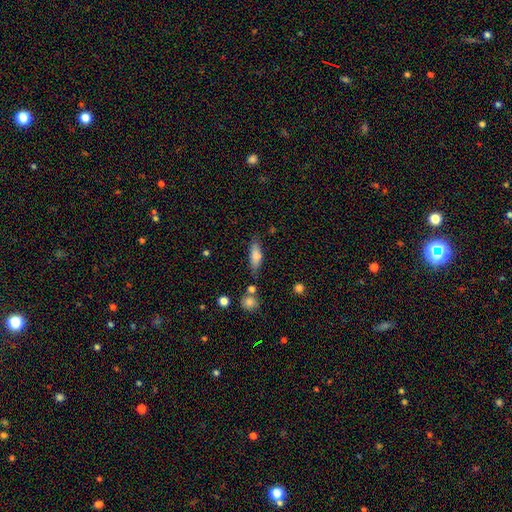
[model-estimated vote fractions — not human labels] This is likely a smooth galaxy (80%). How rounded: possibly in between (54%). Merging: likely none (71%).